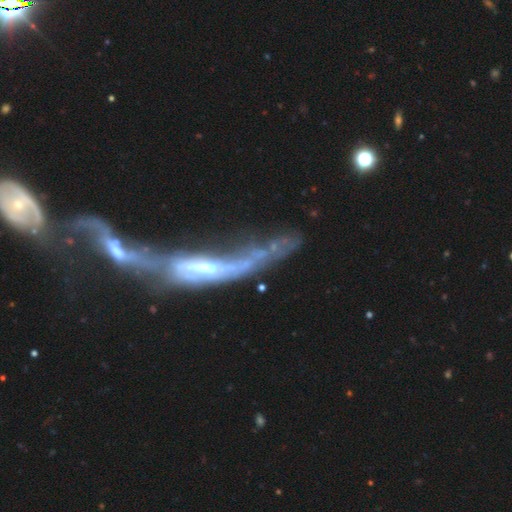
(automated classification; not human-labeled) This is likely a featured or disk galaxy (75%). It is likely not viewed edge-on (63%). Merging: likely merger (70%).